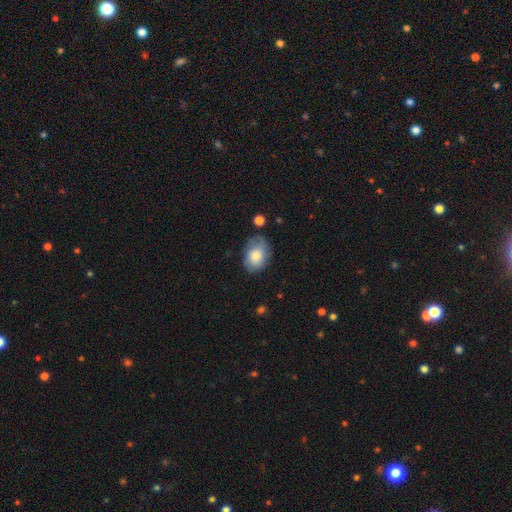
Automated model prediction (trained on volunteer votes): Q: Smooth or featured?
A: smooth (77%); runner-up: featured or disk (15%)
Q: How rounded?
A: in between (74%); runner-up: round (25%)
Q: Merging?
A: none (69%); runner-up: minor disturbance (22%)